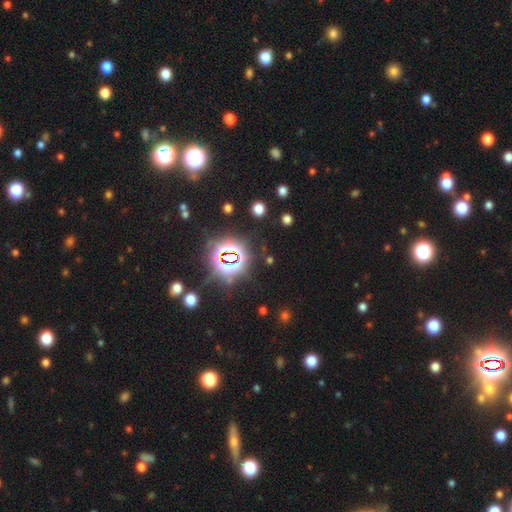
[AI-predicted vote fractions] This is likely a star or artifact rather than a galaxy (79%).